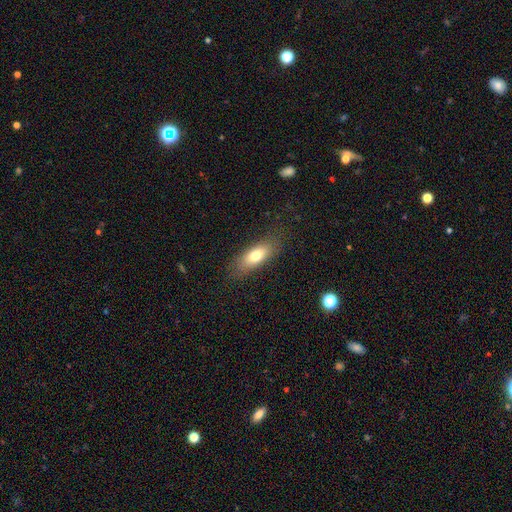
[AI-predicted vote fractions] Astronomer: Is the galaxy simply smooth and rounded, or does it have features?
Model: smooth — 74%.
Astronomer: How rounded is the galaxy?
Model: in between — 71%.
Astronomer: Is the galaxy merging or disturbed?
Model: none — 80%.